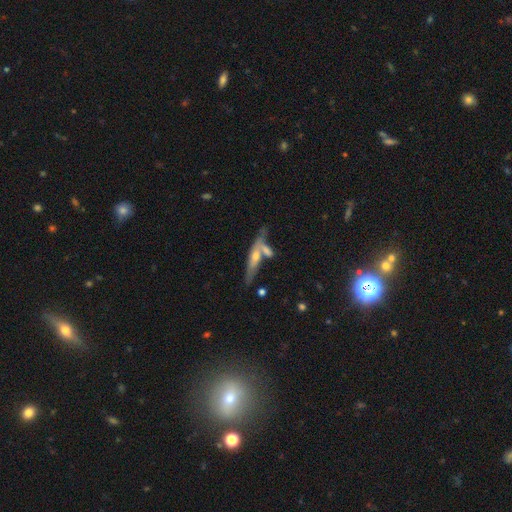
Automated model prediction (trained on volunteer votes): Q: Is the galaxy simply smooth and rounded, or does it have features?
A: featured or disk — 55%.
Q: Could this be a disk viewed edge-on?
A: yes — 81%.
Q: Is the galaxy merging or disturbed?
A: none — 48%.